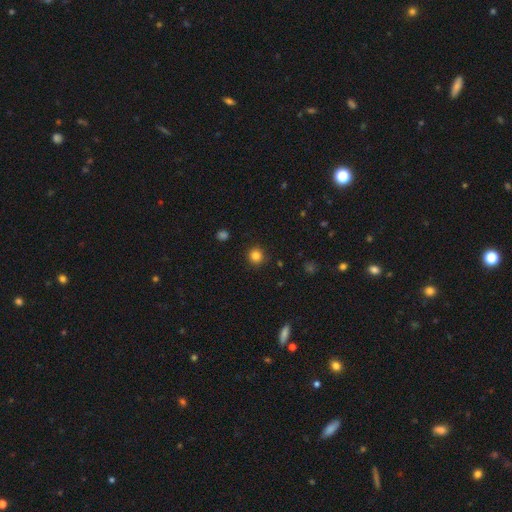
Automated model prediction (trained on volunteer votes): Smooth or featured: smooth — 84% (star or artifact — 12%)
How rounded: round — 94% (in between — 5%)
Merging: none — 90% (minor disturbance — 6%)